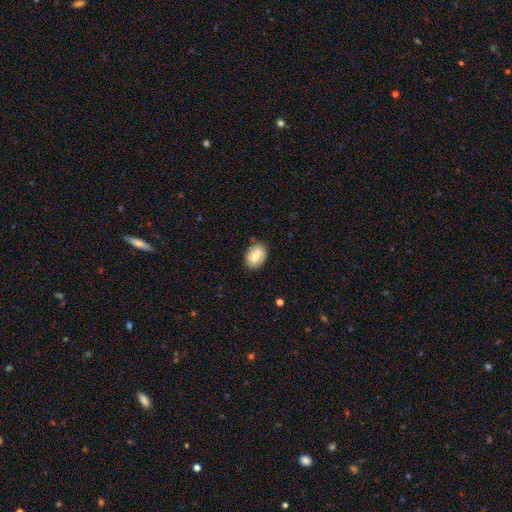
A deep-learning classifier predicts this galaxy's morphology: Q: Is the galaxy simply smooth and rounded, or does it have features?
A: smooth — 76%.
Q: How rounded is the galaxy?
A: in between — 78%.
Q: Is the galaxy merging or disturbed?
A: none — 80%.